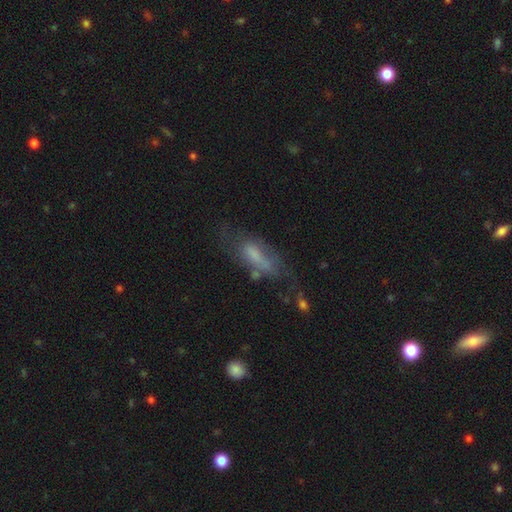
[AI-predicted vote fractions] Morphology: type=smooth (50%); merging=none (42%).